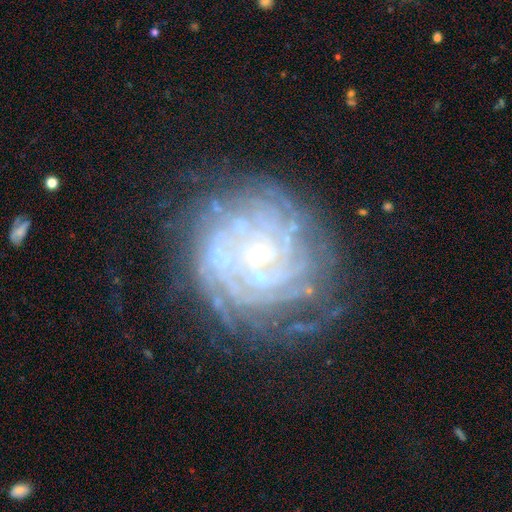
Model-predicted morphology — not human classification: A featured or disk galaxy (84%) with no bar (79%), tight (83%) spiral arms (94%) and a small central bulge (85%). Merging: none (71%).